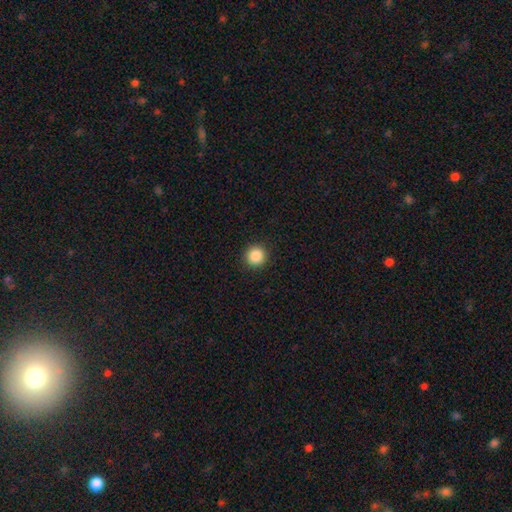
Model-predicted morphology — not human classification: Overall: smooth (87%). How rounded: round (94%). Merging: none (92%).